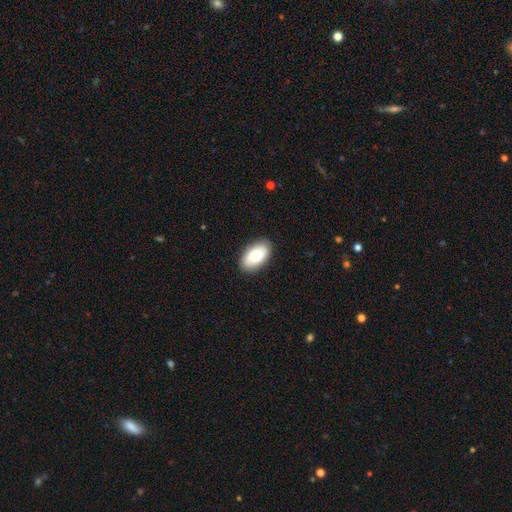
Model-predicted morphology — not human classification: A smooth galaxy with no disk features (83%) that is in between round and cigar-shaped (95%). Merging: none (87%).